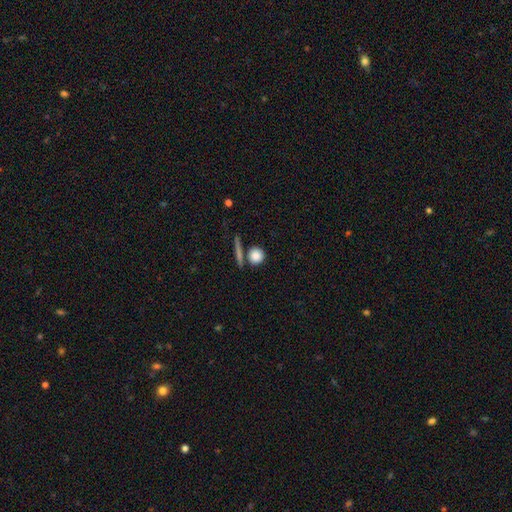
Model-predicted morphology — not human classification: smooth 84%, star or artifact 9%, featured or disk 7%. Down the decision tree: how rounded — round (88%); merging — none (74%).